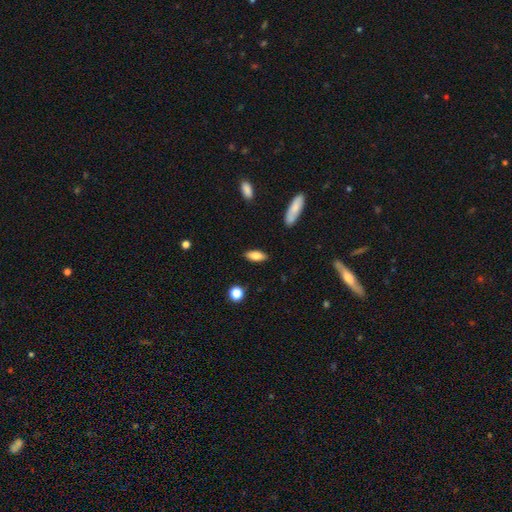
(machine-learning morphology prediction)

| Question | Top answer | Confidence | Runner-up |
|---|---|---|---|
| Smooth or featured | smooth | 80% | featured or disk (13%) |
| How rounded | in between | 76% | cigar-shaped (22%) |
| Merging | none | 87% | minor disturbance (9%) |